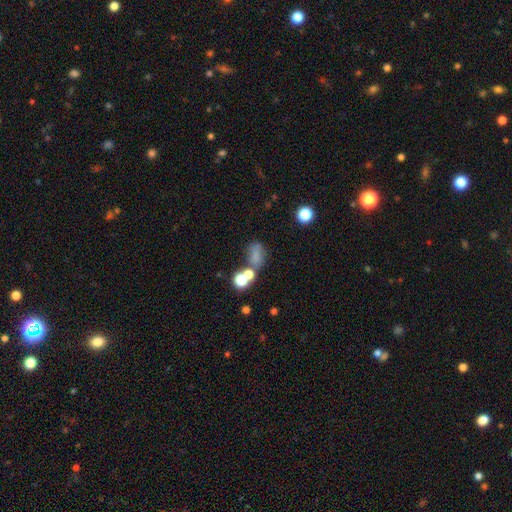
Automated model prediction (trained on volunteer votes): Smooth or featured? smooth (64%)
How rounded? in between (62%)
Merging? none (39%)